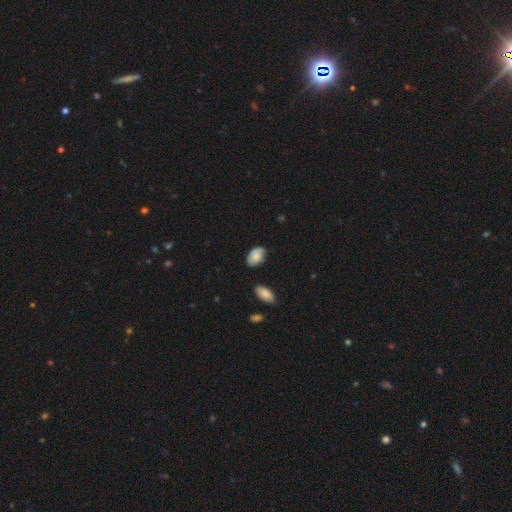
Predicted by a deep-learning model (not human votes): A smooth galaxy with no disk features (72%) that is in between round and cigar-shaped (87%).

Vote fractions:
- Smooth or featured? smooth: 72% / featured or disk: 21% / star or artifact: 7%
- How rounded? in between: 87% / round: 11% / cigar-shaped: 1%
- Merging? none: 68% / minor disturbance: 24% / major disturbance: 5% / merger: 3%